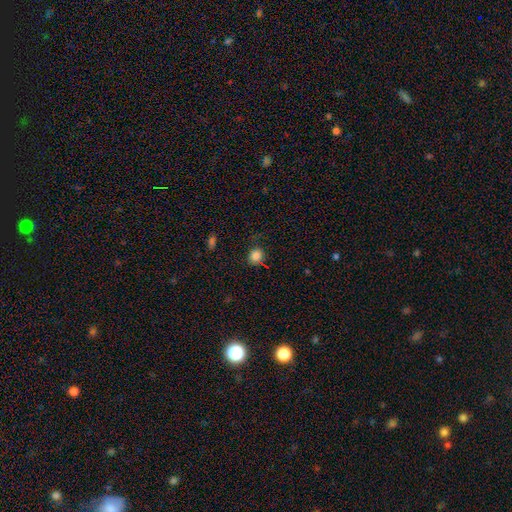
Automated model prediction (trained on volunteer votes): smooth-or-featured: smooth: 83% | star or artifact: 12% | featured or disk: 5%
  how-rounded: round: 78% | in between: 21% | cigar-shaped: 1%
  merging: none: 76% | minor disturbance: 17% | major disturbance: 4% | merger: 3%